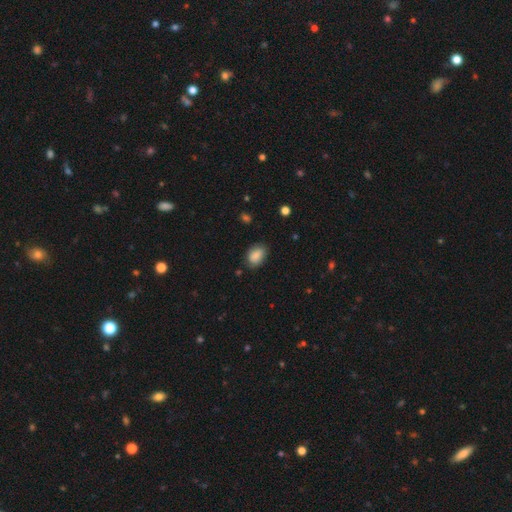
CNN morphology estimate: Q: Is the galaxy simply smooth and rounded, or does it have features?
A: smooth — 85%.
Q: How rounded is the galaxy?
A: in between — 81%.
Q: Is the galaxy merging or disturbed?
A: none — 77%.